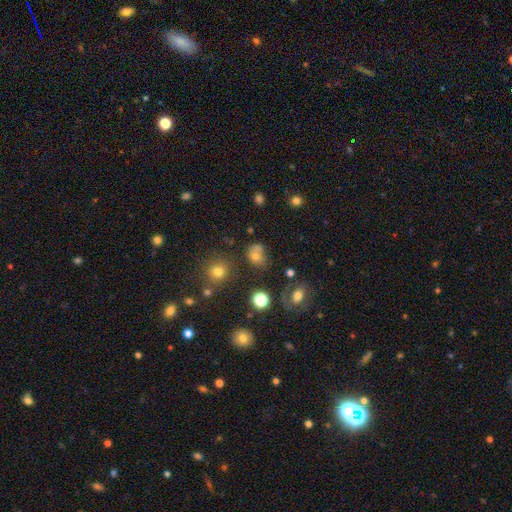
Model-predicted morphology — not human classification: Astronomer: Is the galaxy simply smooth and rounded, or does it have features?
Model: smooth — 67%.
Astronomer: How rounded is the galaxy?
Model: round — 59% (runner-up: in between, 40%).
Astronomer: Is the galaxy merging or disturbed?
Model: none — 55%.